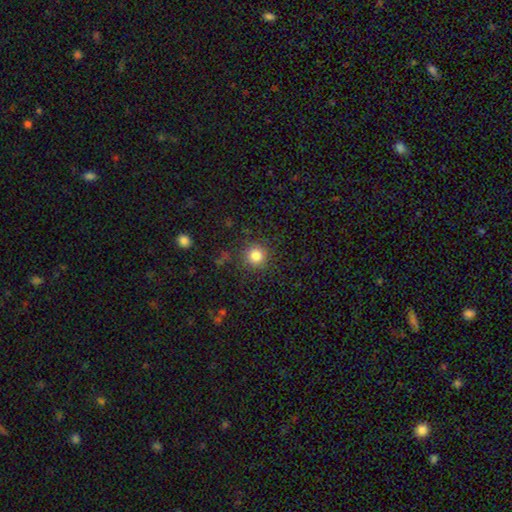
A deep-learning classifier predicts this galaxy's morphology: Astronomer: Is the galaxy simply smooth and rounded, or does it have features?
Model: smooth — 82%.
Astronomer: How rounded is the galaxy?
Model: round — 94%.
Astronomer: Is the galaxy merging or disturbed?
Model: none — 87%.